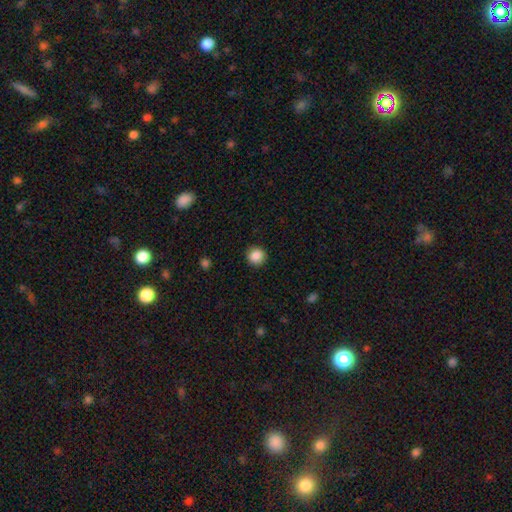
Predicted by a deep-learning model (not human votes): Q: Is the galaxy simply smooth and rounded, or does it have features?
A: smooth — 87%.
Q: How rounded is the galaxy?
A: round — 92%.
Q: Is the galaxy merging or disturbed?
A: none — 91%.